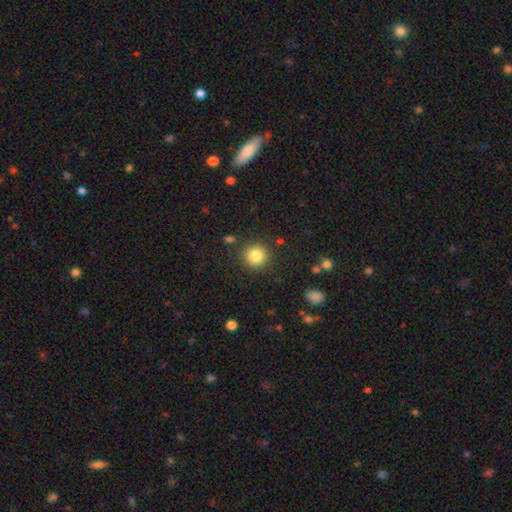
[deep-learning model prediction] Overall: smooth (83%). How rounded: round (93%). Merging: none (88%).